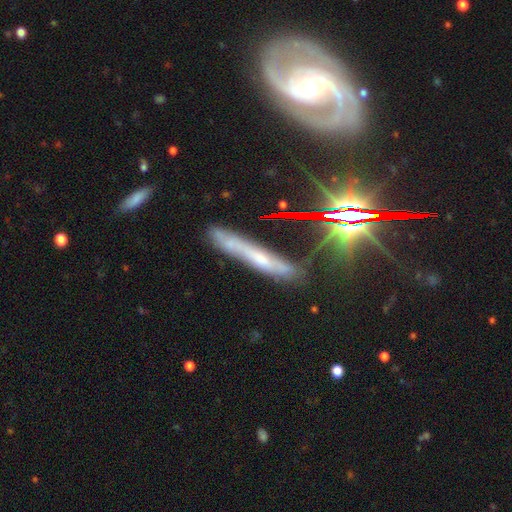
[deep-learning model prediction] Q: Smooth or featured?
A: featured or disk (58%); runner-up: smooth (23%)
Q: Edge-on disk?
A: yes (69%); runner-up: no (31%)
Q: Merging?
A: none (71%); runner-up: minor disturbance (19%)